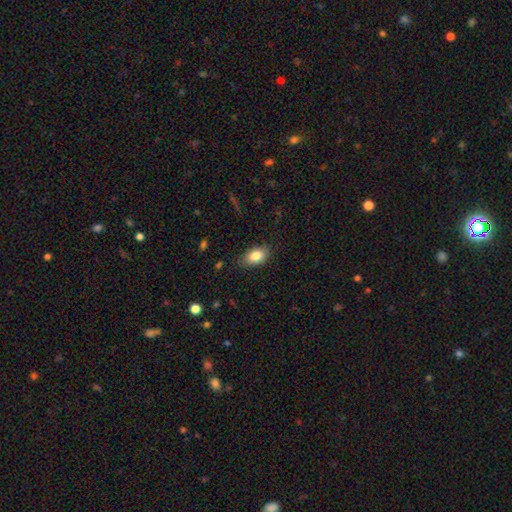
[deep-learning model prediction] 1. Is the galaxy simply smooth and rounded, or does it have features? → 83% smooth, 9% featured or disk, 8% star or artifact.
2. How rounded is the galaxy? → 89% in between, 9% round, 2% cigar-shaped.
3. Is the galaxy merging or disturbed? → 82% none, 14% minor disturbance, 3% major disturbance, 1% merger.